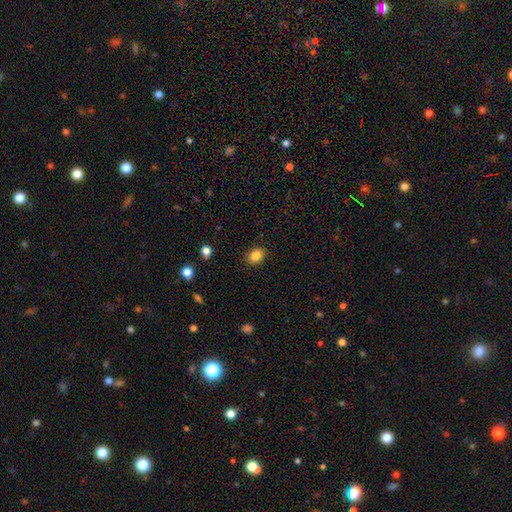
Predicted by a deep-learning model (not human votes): Smooth or featured? smooth (85%)
How rounded? in between (58%)
Merging? none (89%)